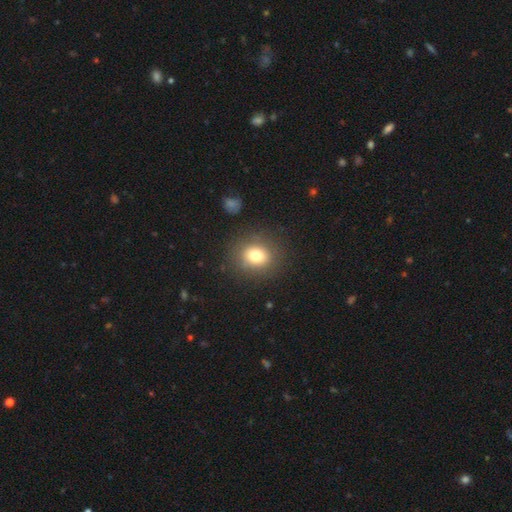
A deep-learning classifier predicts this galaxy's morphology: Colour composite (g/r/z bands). It shows a smooth galaxy with no disk features (77%) that is round (72%). Merging: none (84%).